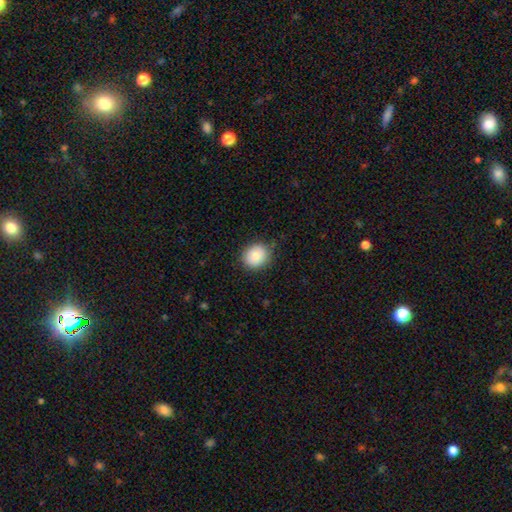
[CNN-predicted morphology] Smooth or featured?
  - smooth: 82% *
  - featured or disk: 10%
  - star or artifact: 8%
How rounded?
  - round: 78% *
  - in between: 21%
  - cigar-shaped: 1%
Merging?
  - none: 86% *
  - minor disturbance: 11%
  - major disturbance: 2%
  - merger: 1%